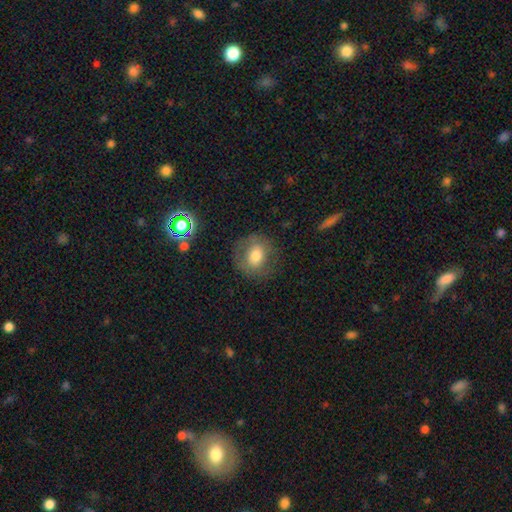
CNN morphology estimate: Smooth or featured? smooth (69%)
How rounded? round (75%)
Merging? none (76%)